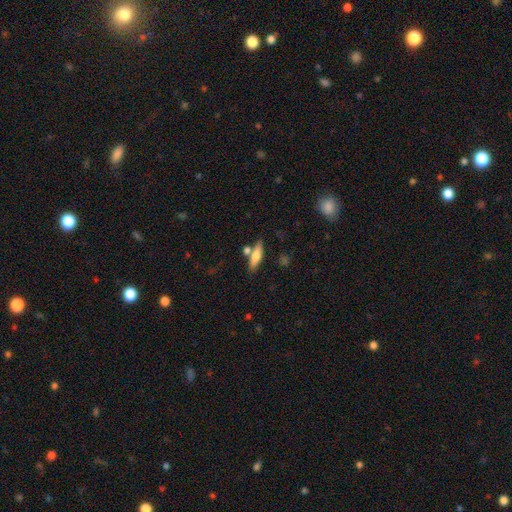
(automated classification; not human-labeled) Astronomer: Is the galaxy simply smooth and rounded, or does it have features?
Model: smooth — 64%.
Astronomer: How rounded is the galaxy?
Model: cigar-shaped — 67%.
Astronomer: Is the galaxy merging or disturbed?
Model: none — 69%.